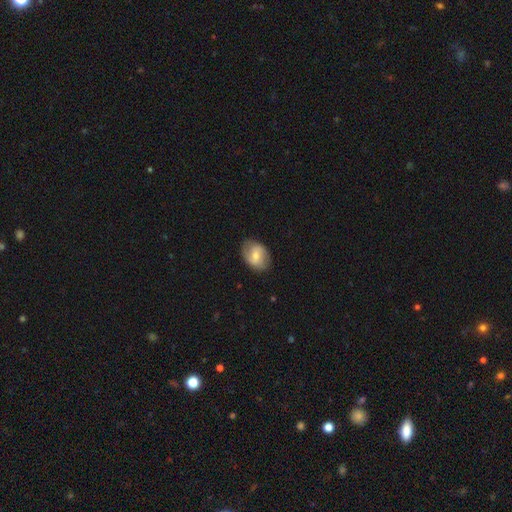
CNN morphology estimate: The model was most divided on "smooth or featured": smooth: 47%, featured or disk: 46%, star or artifact: 7%. More confident: merging — none (79%).